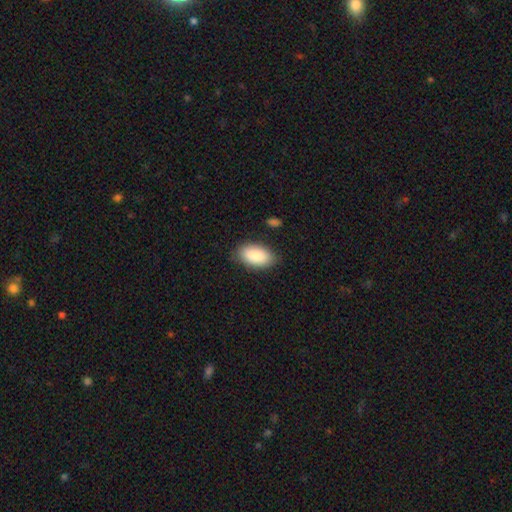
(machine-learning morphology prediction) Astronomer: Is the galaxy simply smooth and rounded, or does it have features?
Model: smooth — 88%.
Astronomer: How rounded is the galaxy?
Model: in between — 94%.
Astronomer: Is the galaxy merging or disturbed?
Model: none — 84%.